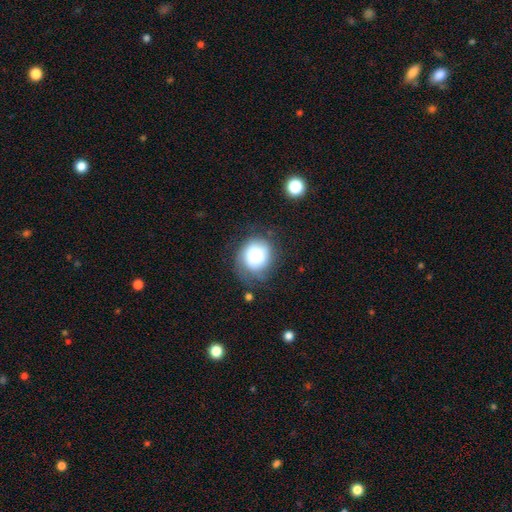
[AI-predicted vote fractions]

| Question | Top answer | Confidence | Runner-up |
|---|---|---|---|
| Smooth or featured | smooth | 68% | featured or disk (23%) |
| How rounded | round | 73% | in between (26%) |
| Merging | none | 60% | minor disturbance (26%) |